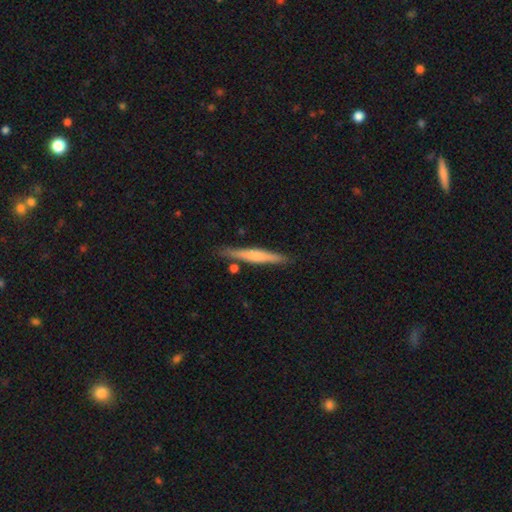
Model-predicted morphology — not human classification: A smooth galaxy with no disk features (50%).

Vote fractions:
- Smooth or featured? smooth: 50% / featured or disk: 45% / star or artifact: 6%
- Merging? none: 84% / minor disturbance: 10% / merger: 4% / major disturbance: 2%